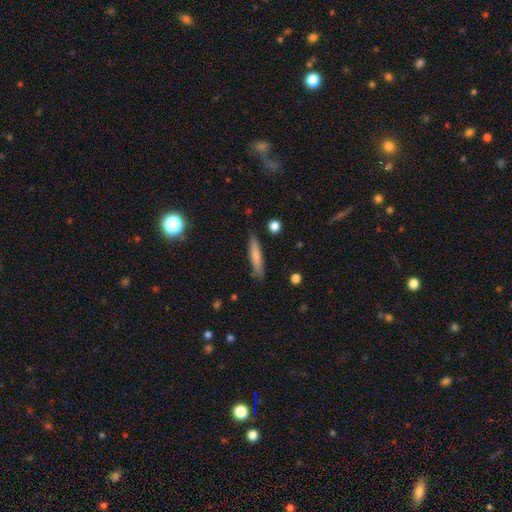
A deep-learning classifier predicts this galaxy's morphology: Overall: smooth (71%). How rounded: cigar-shaped (88%). Merging: none (85%).